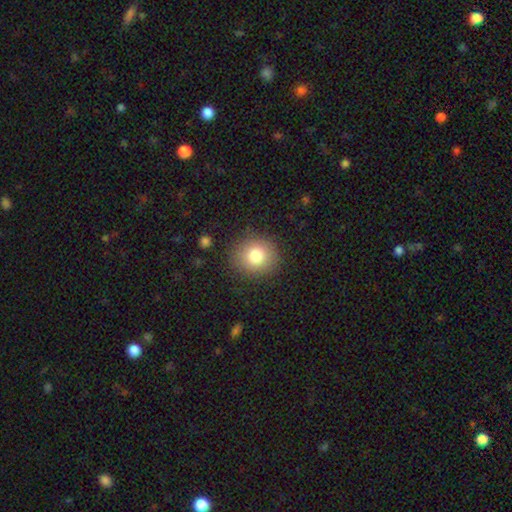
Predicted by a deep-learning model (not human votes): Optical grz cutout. It shows a smooth galaxy with no disk features (80%) that is round (85%). Merging: none (87%).